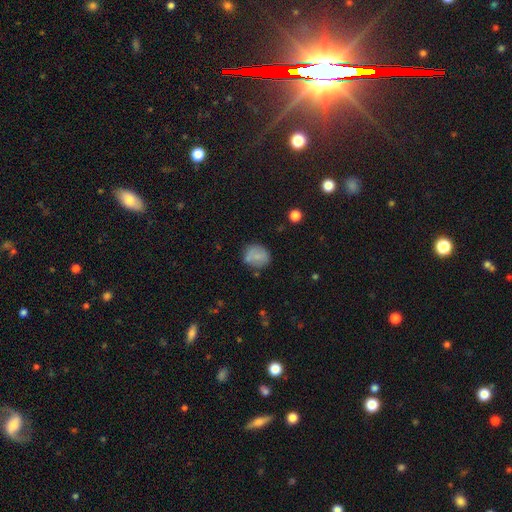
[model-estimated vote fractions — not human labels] Smooth or featured? Predicted: smooth (p=0.76). How rounded? Predicted: round (p=0.71). Merging? Predicted: none (p=0.70).